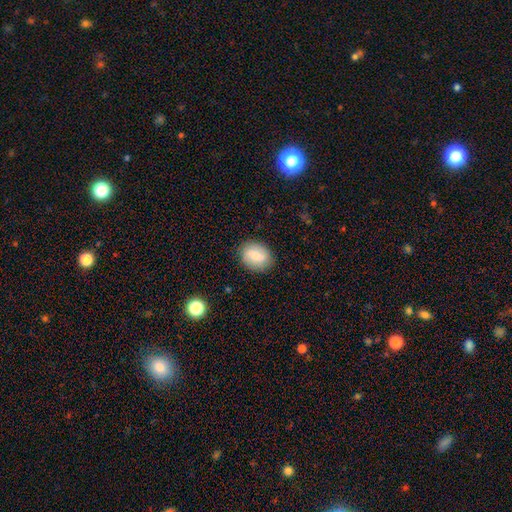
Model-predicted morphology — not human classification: smooth 67%, featured or disk 25%, star or artifact 7%. Down the decision tree: how rounded — in between (57%); merging — none (85%).